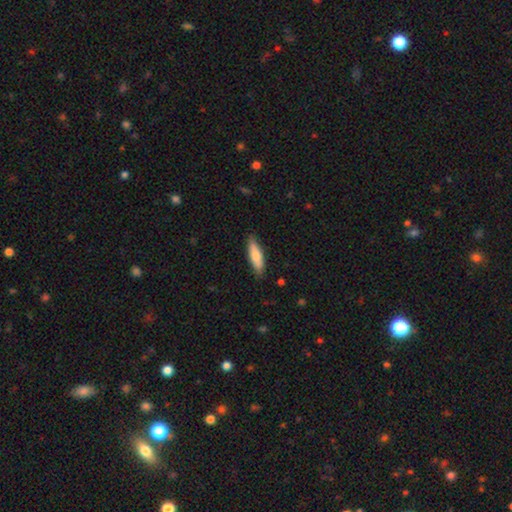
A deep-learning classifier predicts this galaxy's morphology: smooth 74%, featured or disk 21%, star or artifact 5%. Down the decision tree: how rounded — cigar-shaped (55%); merging — none (85%).